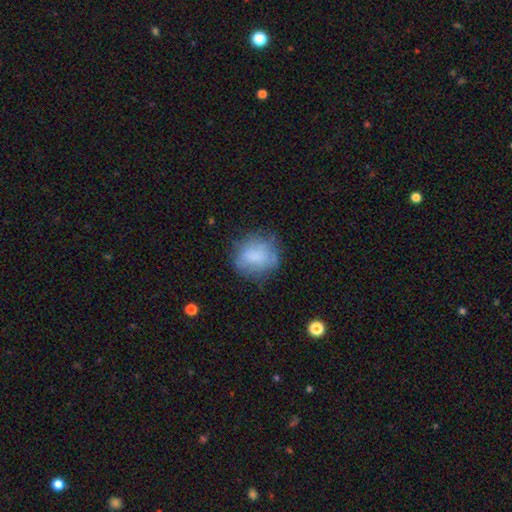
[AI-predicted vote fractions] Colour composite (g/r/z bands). It shows a smooth galaxy with no disk features (71%) that is round (63%). Merging: none (59%).